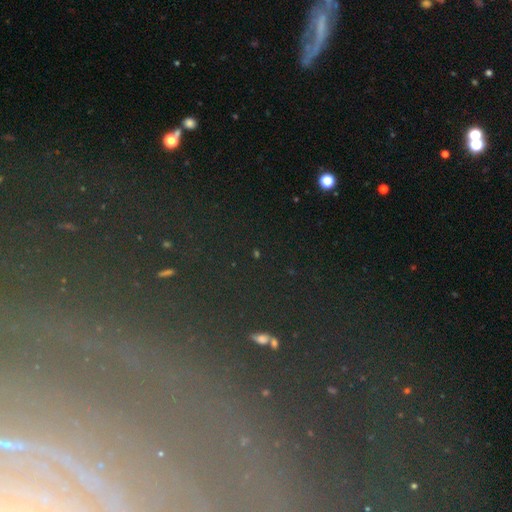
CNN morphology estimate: Q: Smooth or featured?
A: star or artifact (70%); runner-up: smooth (17%)